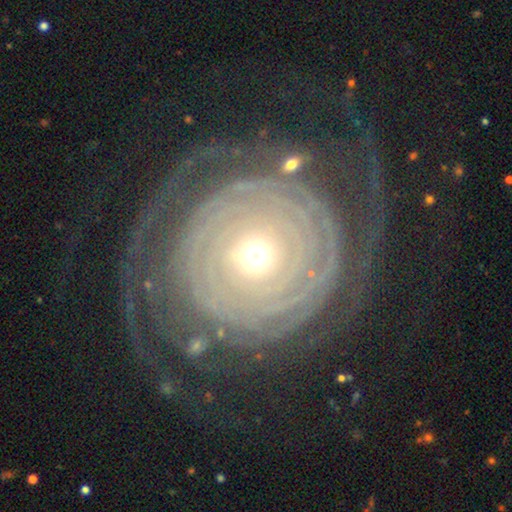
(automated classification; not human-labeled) Overall: featured or disk (88%). Edge-on disk: no (97%). Bar: no (77%). Spiral arms: yes (95%). Spiral arm count: can't tell (28%; 2 19%). Spiral winding: tight (86%). Bulge size: small (50%; moderate 45%). Merging: none (72%).